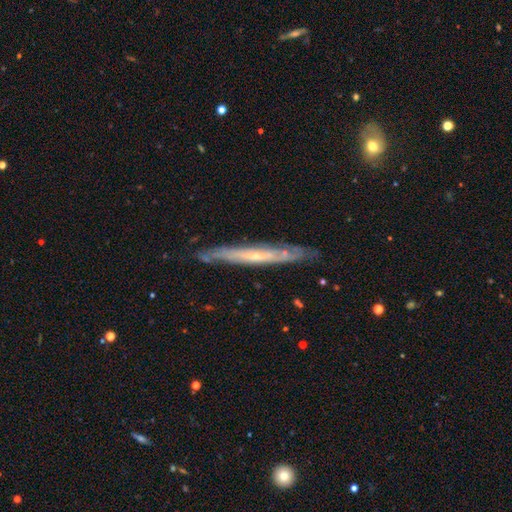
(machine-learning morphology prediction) Q: Smooth or featured?
A: featured or disk (72%); runner-up: smooth (21%)
Q: Edge-on disk?
A: yes (82%); runner-up: no (18%)
Q: Edge-on bulge?
A: none (58%); runner-up: rounded (39%)
Q: Merging?
A: none (79%); runner-up: minor disturbance (17%)